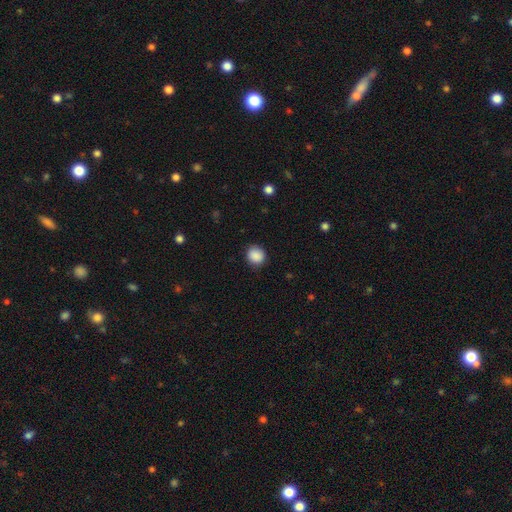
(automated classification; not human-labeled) Smooth or featured: smooth — 89% (star or artifact — 8%)
How rounded: round — 81% (in between — 18%)
Merging: none — 87% (minor disturbance — 9%)